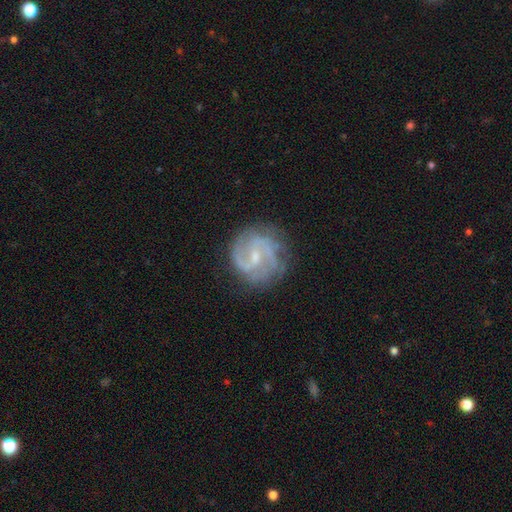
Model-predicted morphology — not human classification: Smooth or featured?
  - featured or disk: 85% *
  - smooth: 9%
  - star or artifact: 6%
Edge-on disk?
  - no: 98% *
  - yes: 2%
Bar?
  - weak: 58% *
  - no: 26%
  - strong: 16%
Spiral arms?
  - yes: 95% *
  - no: 5%
Spiral winding?
  - medium: 50% *
  - tight: 31%
  - loose: 19%
Spiral arm count?
  - 2: 66% *
  - can't tell: 13%
  - 3: 12%
  - 1: 3%
  - 4: 3%
  - more than 4: 3%
Bulge size?
  - small: 62% *
  - moderate: 29%
  - none: 8%
  - large: 1%
  - dominant: 1%
Merging?
  - none: 74% *
  - minor disturbance: 17%
  - major disturbance: 7%
  - merger: 2%